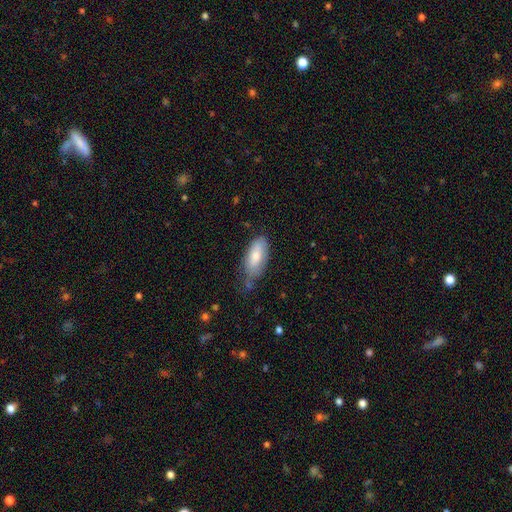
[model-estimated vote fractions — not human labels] Q: Smooth or featured?
A: smooth (79%); runner-up: featured or disk (15%)
Q: How rounded?
A: in between (88%); runner-up: cigar-shaped (10%)
Q: Merging?
A: none (53%); runner-up: minor disturbance (34%)